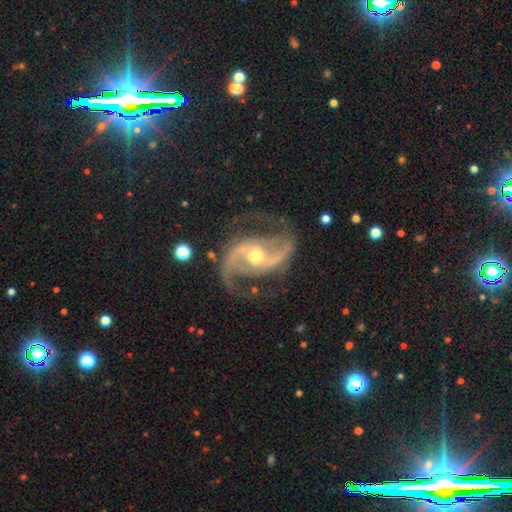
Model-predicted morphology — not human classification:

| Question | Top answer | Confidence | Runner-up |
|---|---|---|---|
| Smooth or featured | featured or disk | 93% | star or artifact (4%) |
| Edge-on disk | no | 98% | yes (2%) |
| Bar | weak | 40% | no (32%) |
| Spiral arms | yes | 98% | no (2%) |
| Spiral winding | medium | 54% | loose (33%) |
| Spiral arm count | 2 | 93% | 3 (2%) |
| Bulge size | moderate | 71% | small (21%) |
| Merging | none | 74% | minor disturbance (14%) |